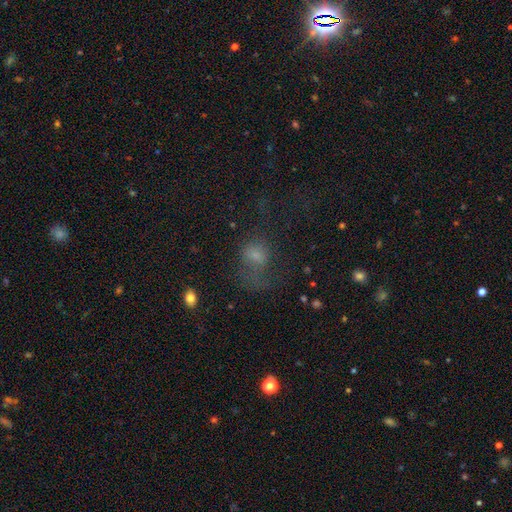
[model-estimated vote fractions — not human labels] A smooth galaxy with no disk features (55%) that is in between round and cigar-shaped (56%).

Vote fractions:
- Smooth or featured? smooth: 55% / featured or disk: 24% / star or artifact: 21%
- How rounded? in between: 56% / round: 41% / cigar-shaped: 2%
- Merging? major disturbance: 44% / none: 33% / minor disturbance: 18% / merger: 5%